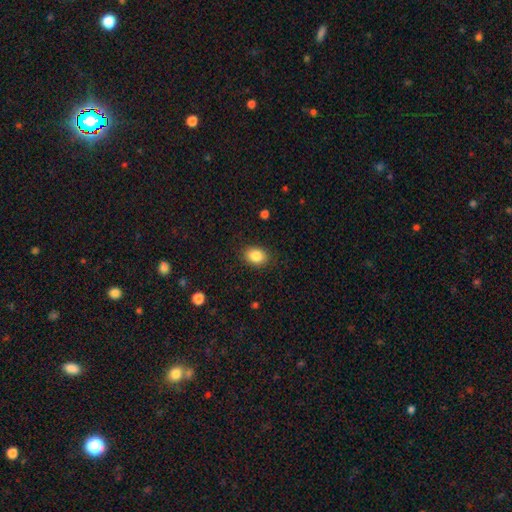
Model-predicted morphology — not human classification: This appears to be a smooth galaxy with no disk features (86%) that is in between round and cigar-shaped (67%). Merging: none (86%).